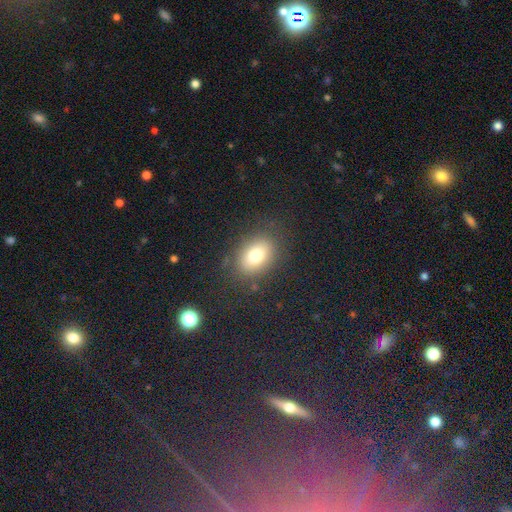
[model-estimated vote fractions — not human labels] A smooth galaxy with no disk features (75%) that is in between round and cigar-shaped (70%). Merging: none (82%).